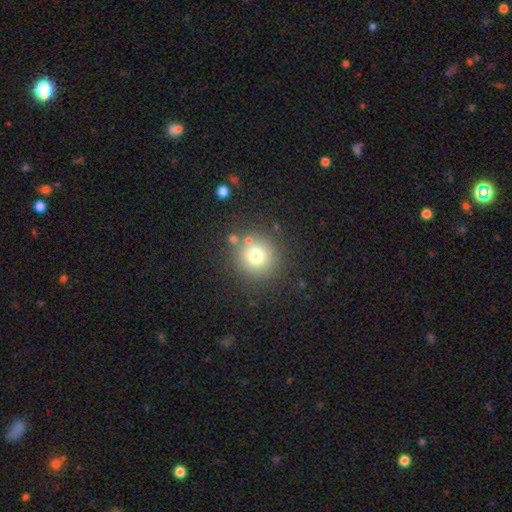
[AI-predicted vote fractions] Overall: smooth (73%). How rounded: round (93%). Merging: none (80%).